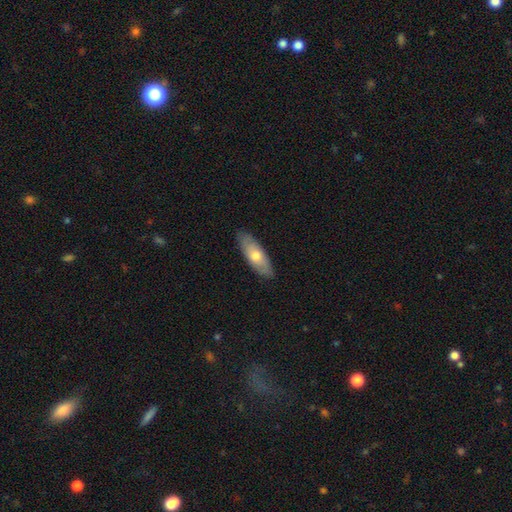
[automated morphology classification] smooth 61%, featured or disk 34%, star or artifact 5%. Down the decision tree: how rounded — in between (63%); merging — none (86%).